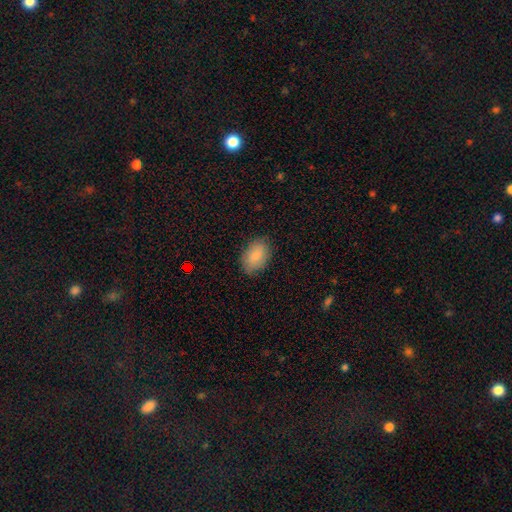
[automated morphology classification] The model was most divided on "merging": none: 83%, minor disturbance: 13%, major disturbance: 3%, merger: 1%. More confident: how rounded — in between (89%); smooth or featured — smooth (86%).